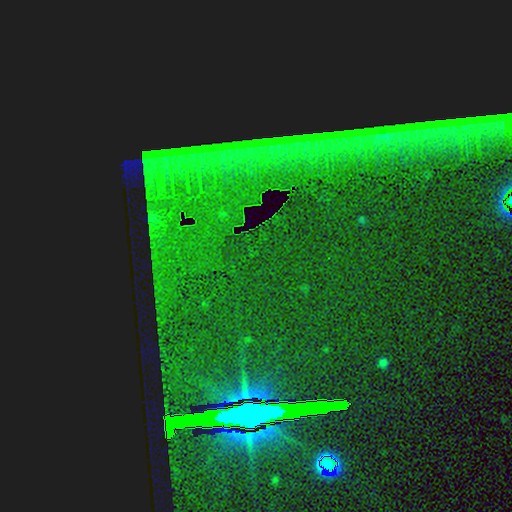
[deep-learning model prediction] A star or artifact, not a galaxy (88%).